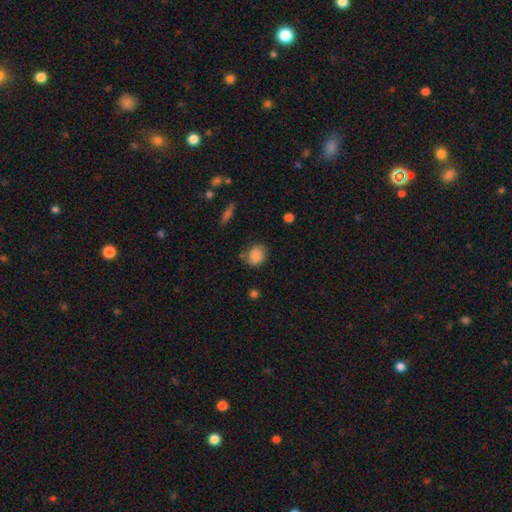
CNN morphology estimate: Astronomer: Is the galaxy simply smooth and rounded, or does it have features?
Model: smooth — 83%.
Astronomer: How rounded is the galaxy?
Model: round — 64%.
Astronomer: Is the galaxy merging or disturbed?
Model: none — 66%.